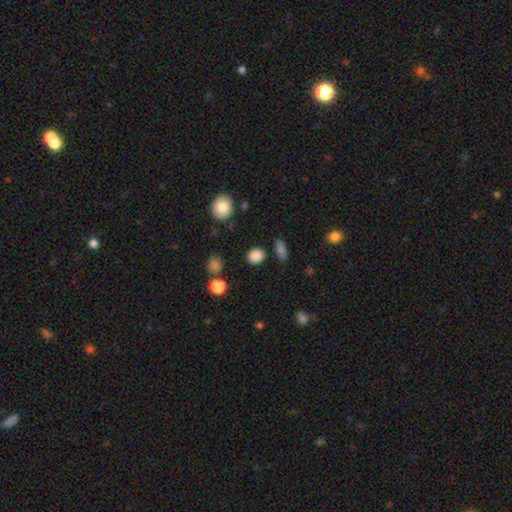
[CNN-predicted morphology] The model was most divided on "how rounded": round: 73%, in between: 25%, cigar-shaped: 1%. More confident: merging — none (86%); smooth or featured — smooth (85%).